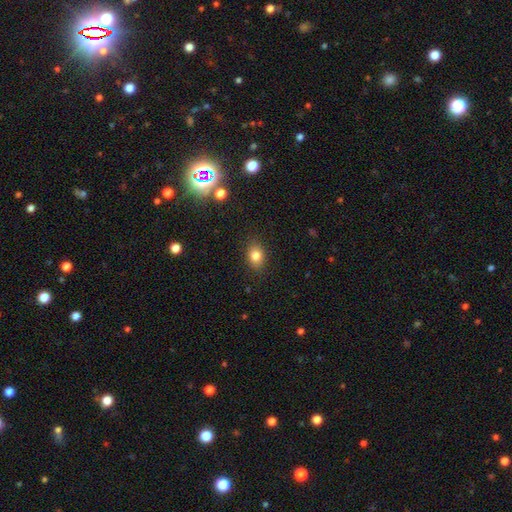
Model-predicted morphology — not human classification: Q: Smooth or featured?
A: smooth (81%); runner-up: star or artifact (11%)
Q: How rounded?
A: in between (68%); runner-up: round (30%)
Q: Merging?
A: none (87%); runner-up: minor disturbance (10%)